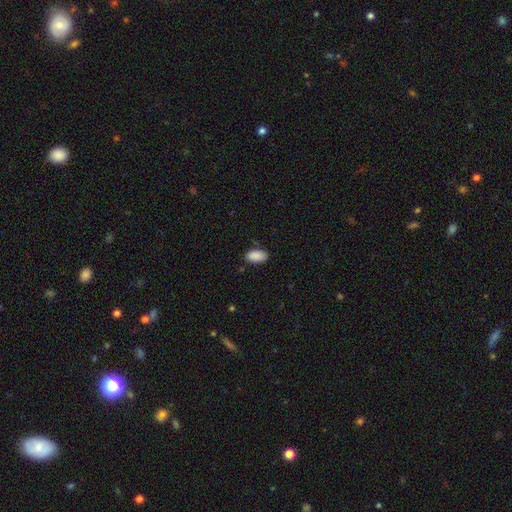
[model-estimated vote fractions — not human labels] Morphology: type=smooth (90%); roundness=in between (94%); merging=none (82%).